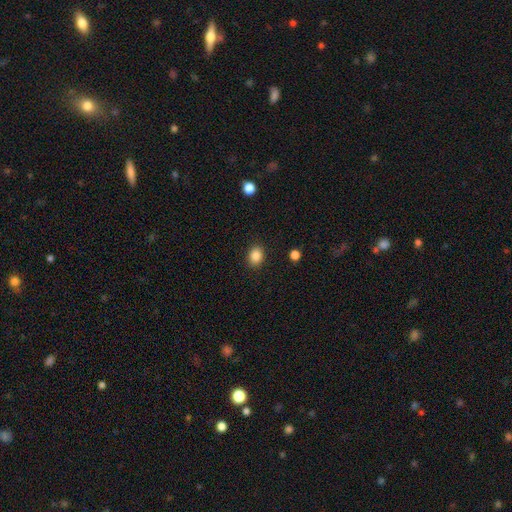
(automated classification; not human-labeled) The model was most divided on "how rounded": in between: 57%, round: 43%, cigar-shaped: 1%. More confident: merging — none (89%); smooth or featured — smooth (86%).